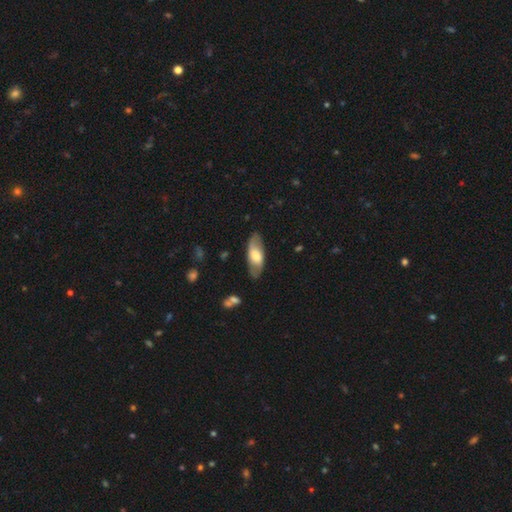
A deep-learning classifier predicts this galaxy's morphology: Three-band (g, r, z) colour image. It shows a smooth galaxy with no disk features (54%) that is in between round and cigar-shaped (78%). Merging: none (82%).